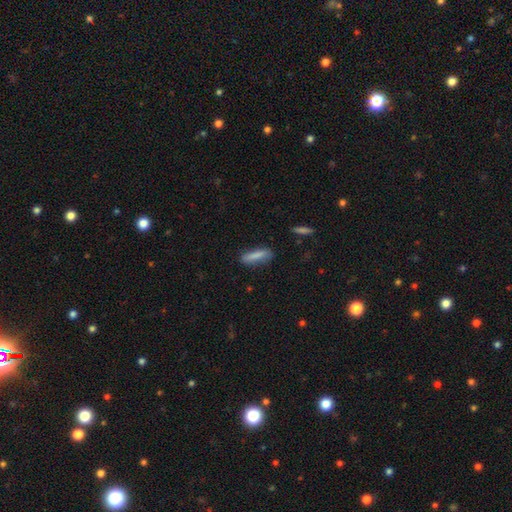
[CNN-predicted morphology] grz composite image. It shows a smooth galaxy with no disk features (83%) that is cigar-shaped (69%). Merging: none (77%).